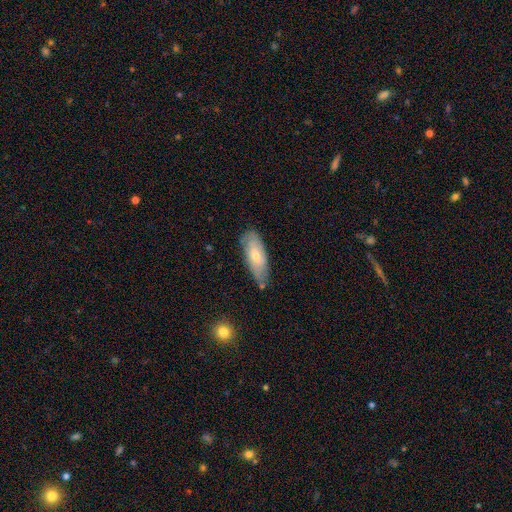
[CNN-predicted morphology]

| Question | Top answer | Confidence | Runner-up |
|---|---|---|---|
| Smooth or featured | smooth | 51% | featured or disk (42%) |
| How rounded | in between | 68% | cigar-shaped (30%) |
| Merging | none | 67% | minor disturbance (25%) |